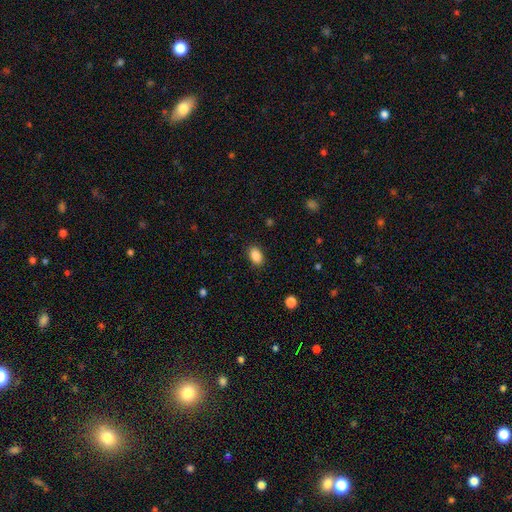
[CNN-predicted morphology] smooth 88%, star or artifact 8%, featured or disk 4%. Down the decision tree: how rounded — in between (88%); merging — none (87%).